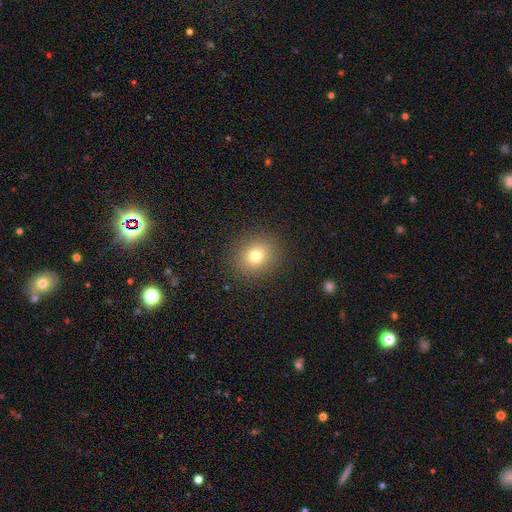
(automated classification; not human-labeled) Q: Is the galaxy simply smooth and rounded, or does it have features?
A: smooth — 76%.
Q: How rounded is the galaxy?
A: round — 72%.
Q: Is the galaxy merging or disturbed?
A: none — 89%.